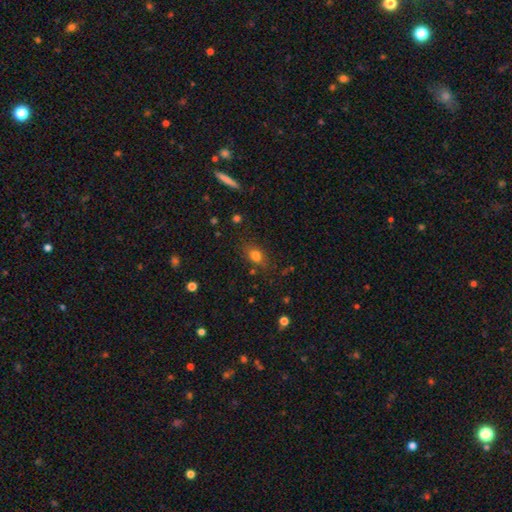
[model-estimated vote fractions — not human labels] smooth-or-featured: smooth: 78% | star or artifact: 13% | featured or disk: 9%
  how-rounded: in between: 68% | round: 29% | cigar-shaped: 3%
  merging: none: 76% | minor disturbance: 16% | major disturbance: 5% | merger: 3%